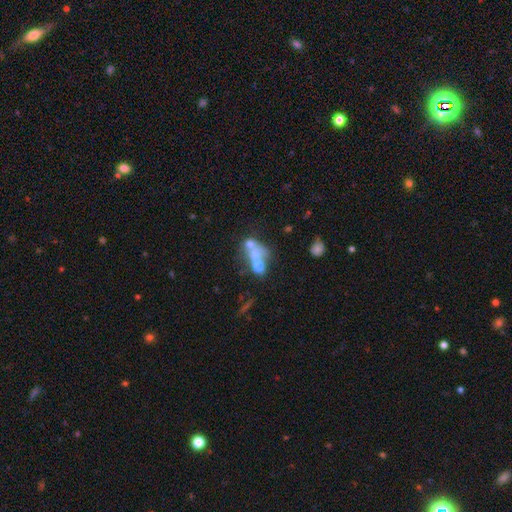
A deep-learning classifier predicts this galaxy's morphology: A smooth galaxy with no disk features (50%). Merging: merger (60%).